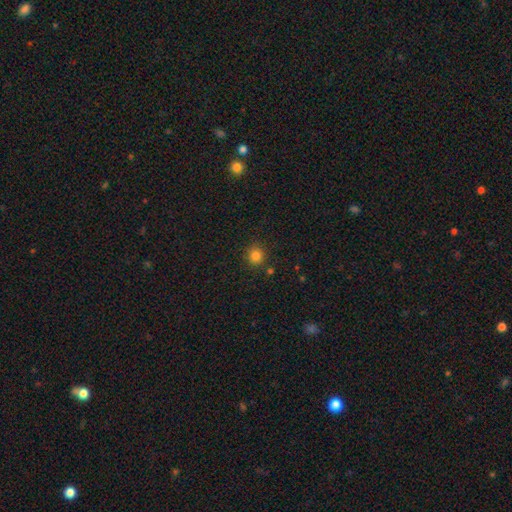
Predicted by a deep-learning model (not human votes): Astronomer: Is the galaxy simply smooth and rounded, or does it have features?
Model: smooth — 82%.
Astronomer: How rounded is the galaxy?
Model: round — 90%.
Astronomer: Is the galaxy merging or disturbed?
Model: none — 85%.